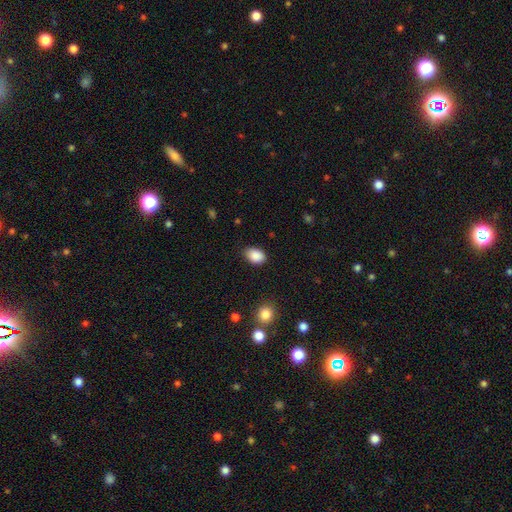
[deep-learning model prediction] Morphology: type=smooth (89%); roundness=in between (83%); merging=none (81%).